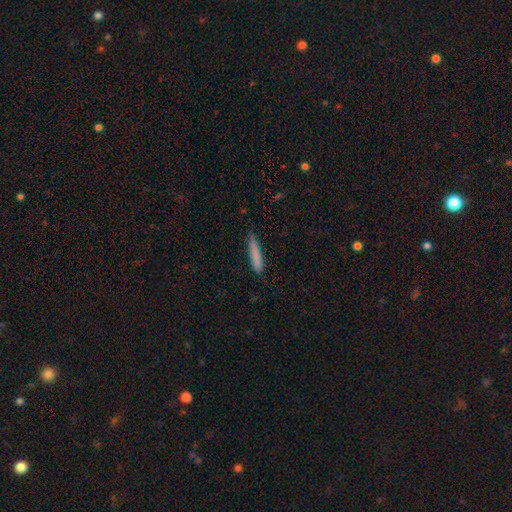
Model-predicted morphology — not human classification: This appears to be a smooth galaxy with no disk features (82%) that is cigar-shaped (92%). Merging: none (82%).